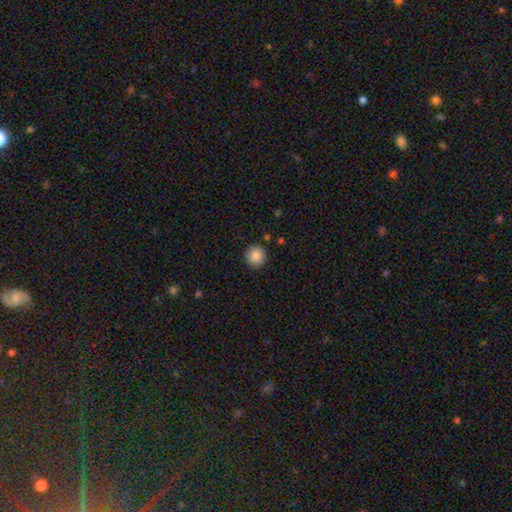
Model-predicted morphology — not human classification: A smooth galaxy with no disk features (87%) that is round (93%). Merging: none (90%).